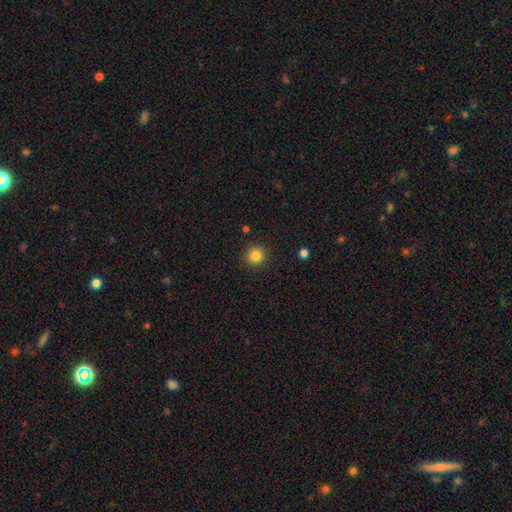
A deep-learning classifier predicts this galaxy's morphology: Smooth or featured?
  - smooth: 84% *
  - star or artifact: 12%
  - featured or disk: 4%
How rounded?
  - round: 94% *
  - in between: 5%
  - cigar-shaped: 1%
Merging?
  - none: 91% *
  - minor disturbance: 6%
  - major disturbance: 2%
  - merger: 1%